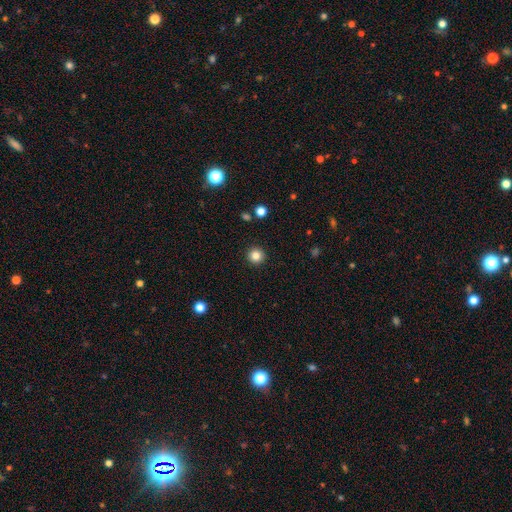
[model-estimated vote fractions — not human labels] This is clearly a smooth galaxy (83%). How rounded: clearly round (96%). Merging: clearly none (93%).